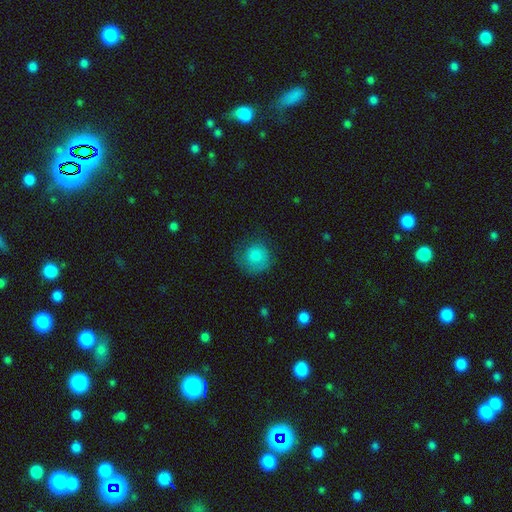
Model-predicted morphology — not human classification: The model was most divided on "merging": none: 65%, minor disturbance: 21%, major disturbance: 12%, merger: 1%. More confident: how rounded — round (89%); smooth or featured — smooth (77%).